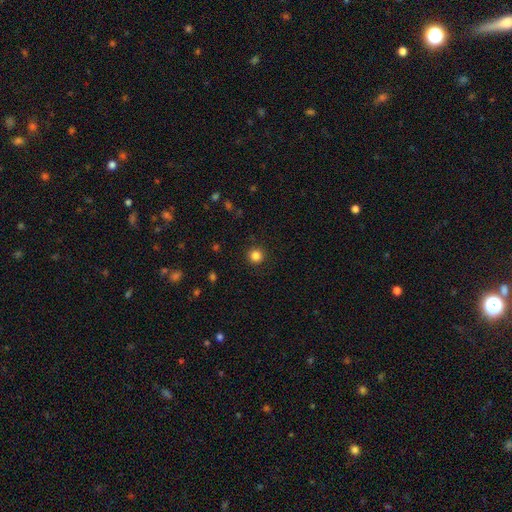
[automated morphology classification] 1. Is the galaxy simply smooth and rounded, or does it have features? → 84% smooth, 12% star or artifact, 4% featured or disk.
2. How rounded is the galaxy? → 95% round, 4% in between, 1% cigar-shaped.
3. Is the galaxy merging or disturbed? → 92% none, 5% minor disturbance, 2% major disturbance, 1% merger.